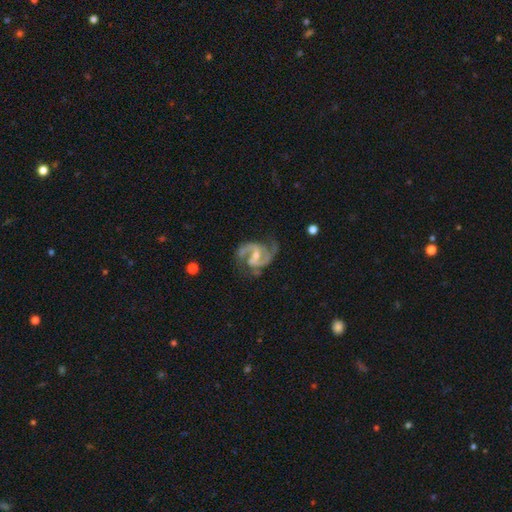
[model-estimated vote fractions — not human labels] Smooth or featured: featured or disk — 93% (star or artifact — 4%)
Edge-on disk: no — 98% (yes — 2%)
Bar: weak — 50% (strong — 30%)
Spiral arms: yes — 98% (no — 2%)
Spiral winding: medium — 64% (loose — 19%)
Spiral arm count: 2 — 92% (3 — 3%)
Bulge size: moderate — 48% (small — 47%)
Merging: none — 68% (minor disturbance — 20%)